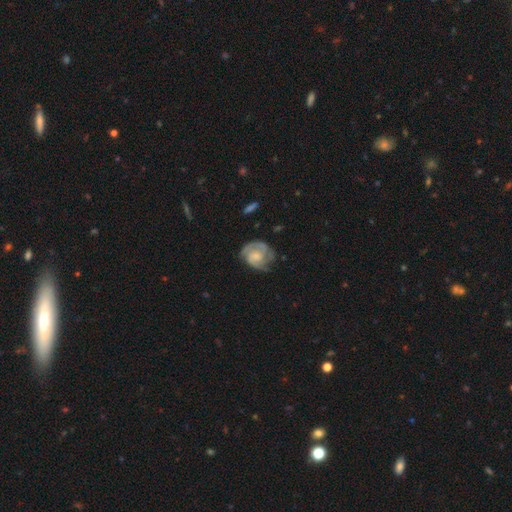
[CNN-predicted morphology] Smooth or featured? featured or disk (78%)
Edge-on disk? no (98%)
Bar? no (63%)
Spiral arms? yes (94%)
Spiral winding? tight (53%)
Spiral arm count? 2 (54%)
Bulge size? small (34%, tied with moderate)
Merging? none (65%)